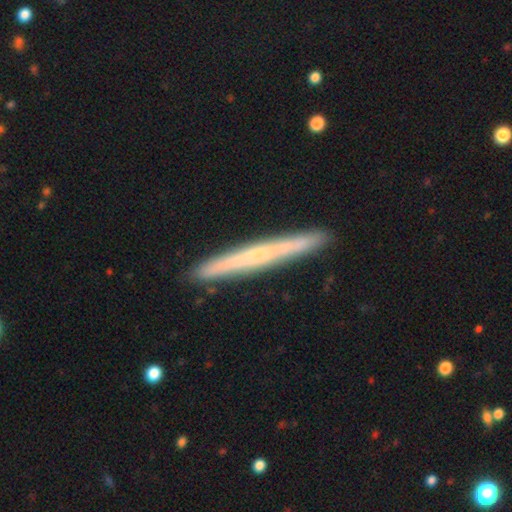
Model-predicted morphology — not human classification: Q: Smooth or featured?
A: featured or disk (55%); runner-up: smooth (39%)
Q: Edge-on disk?
A: yes (96%); runner-up: no (4%)
Q: Edge-on bulge?
A: none (78%); runner-up: rounded (17%)
Q: Merging?
A: none (91%); runner-up: minor disturbance (7%)